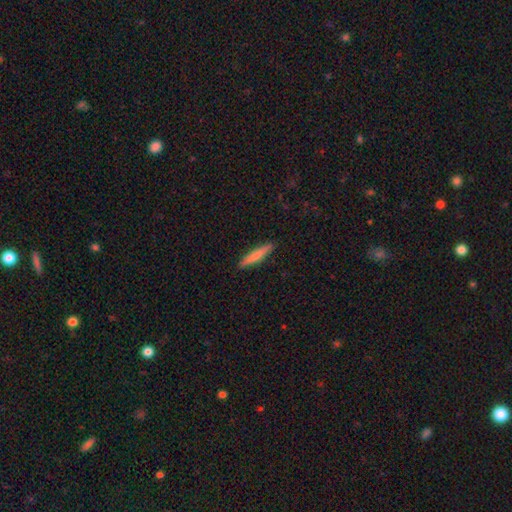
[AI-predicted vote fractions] Smooth or featured? smooth (72%)
How rounded? cigar-shaped (91%)
Merging? none (91%)